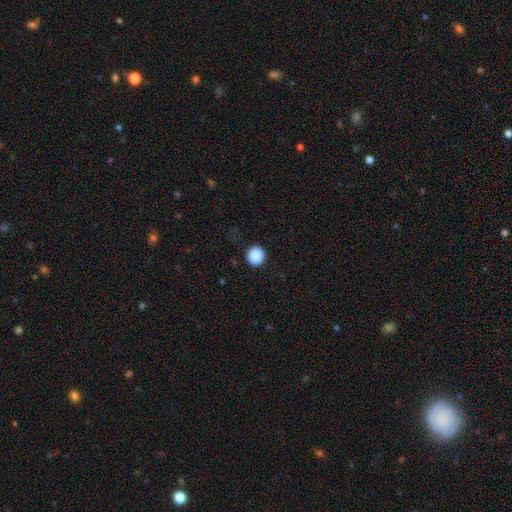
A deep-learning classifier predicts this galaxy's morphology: Overall: smooth (89%). How rounded: round (86%). Merging: none (90%).